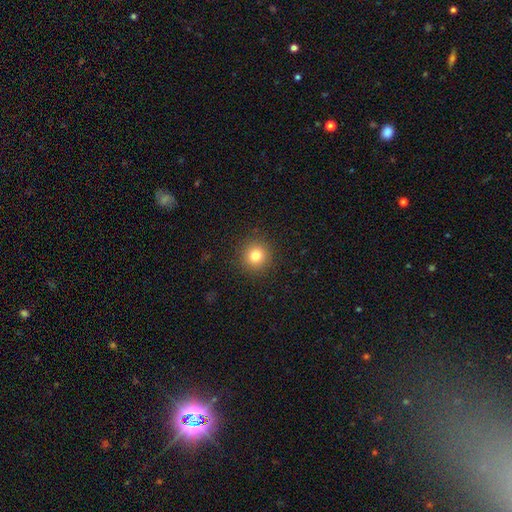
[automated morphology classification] A smooth galaxy with no disk features (81%) that is round (93%). Merging: none (91%).